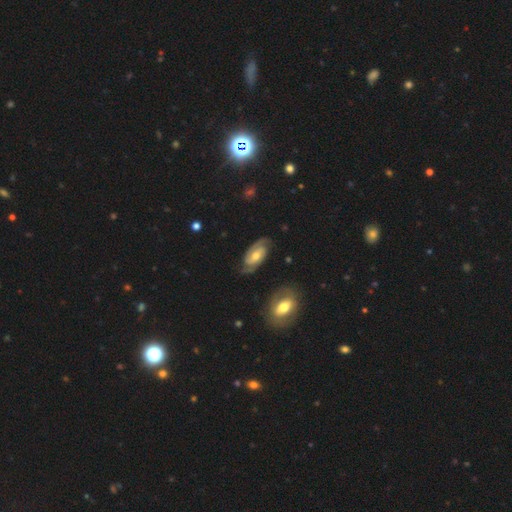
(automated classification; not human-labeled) Morphology: type=featured or disk (85%); edge-on=no (96%); bar=no (49%); spiral arms=yes (96%); winding=tight (47%); arm count=2 (89%); bulge=moderate (62%); merging=none (78%).